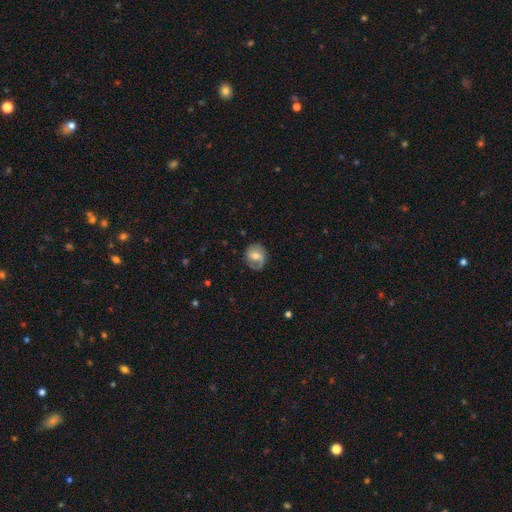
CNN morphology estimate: This is possibly a featured or disk galaxy (56%). It is clearly not viewed edge-on (97%). Bar: possibly weak (46%). Spiral arm pattern: clearly yes (83%). Central bulge: likely moderate (62%). Merging: likely none (74%).